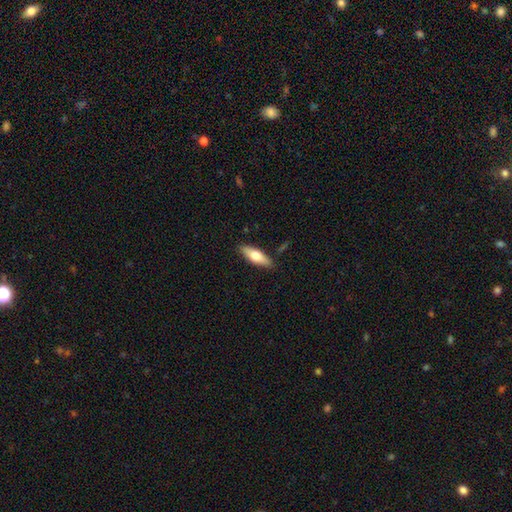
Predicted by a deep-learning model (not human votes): A smooth galaxy with no disk features (63%) that is in between round and cigar-shaped (57%).

Vote fractions:
- Smooth or featured? smooth: 63% / featured or disk: 32% / star or artifact: 6%
- How rounded? in between: 57% / cigar-shaped: 41% / round: 2%
- Merging? none: 86% / minor disturbance: 10% / major disturbance: 2% / merger: 2%